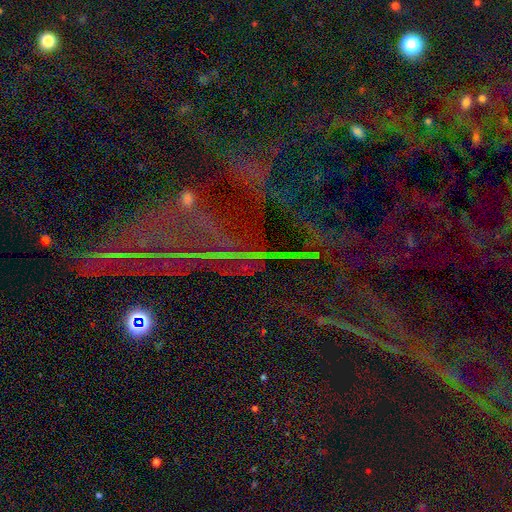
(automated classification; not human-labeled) A star or artifact, not a galaxy (85%).